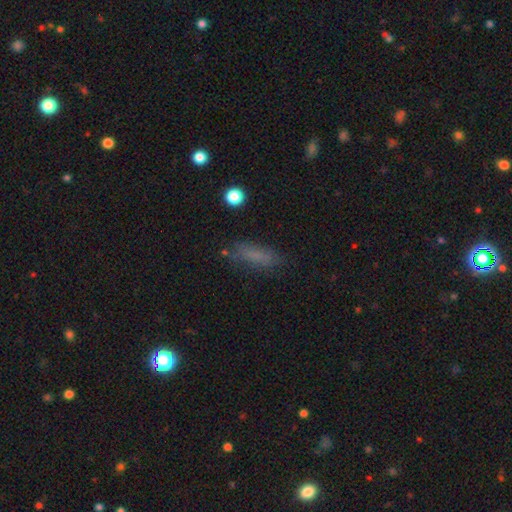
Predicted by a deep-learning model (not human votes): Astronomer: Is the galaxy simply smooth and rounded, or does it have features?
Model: smooth — 72%.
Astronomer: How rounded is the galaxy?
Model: cigar-shaped — 56% (runner-up: in between, 41%).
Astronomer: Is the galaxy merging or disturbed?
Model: none — 75%.